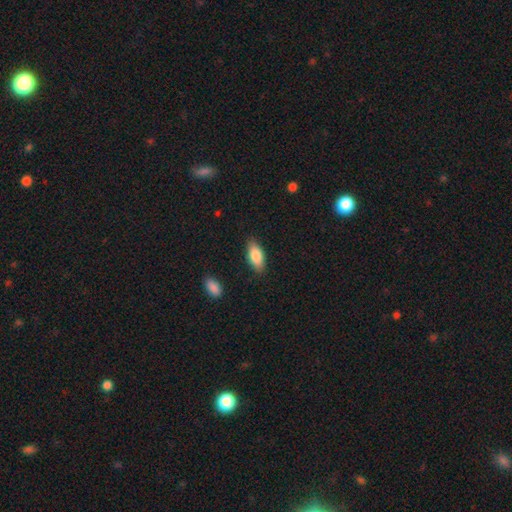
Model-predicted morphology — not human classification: smooth-or-featured: smooth: 84% | featured or disk: 10% | star or artifact: 6%
  how-rounded: in between: 88% | cigar-shaped: 10% | round: 2%
  merging: none: 85% | minor disturbance: 11% | major disturbance: 2% | merger: 2%